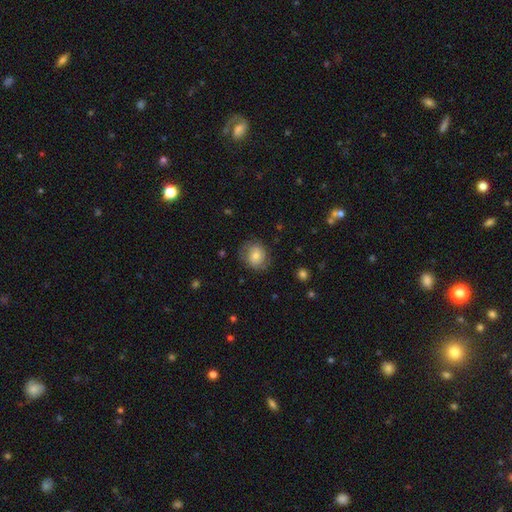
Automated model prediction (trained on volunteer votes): A smooth galaxy with no disk features (70%) that is round (70%). Merging: none (74%).